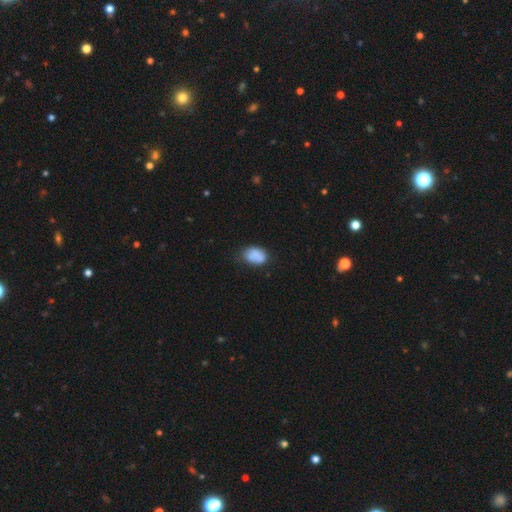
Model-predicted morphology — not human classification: This appears to be a smooth galaxy with no disk features (81%) that is in between round and cigar-shaped (81%). Merging: none (58%).